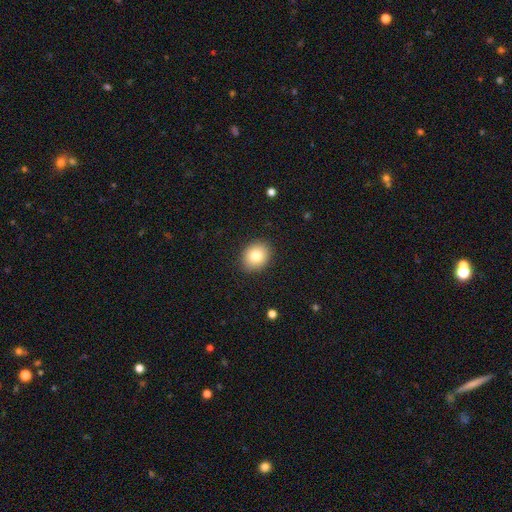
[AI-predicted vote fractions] This is clearly a smooth galaxy (81%). How rounded: possibly round (60%). Merging: clearly none (89%).